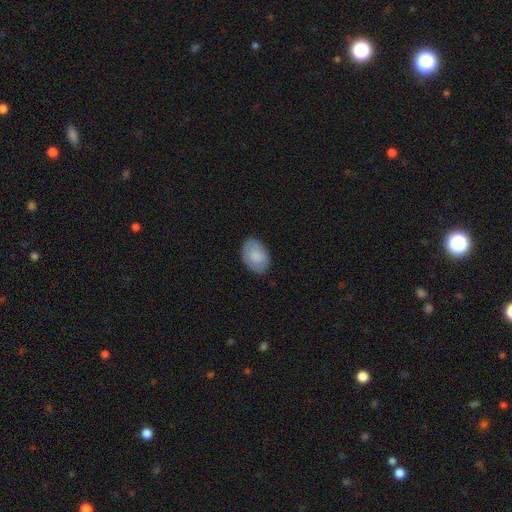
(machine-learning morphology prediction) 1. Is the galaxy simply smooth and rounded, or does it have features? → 83% smooth, 11% featured or disk, 6% star or artifact.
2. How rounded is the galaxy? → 87% in between, 12% round, 1% cigar-shaped.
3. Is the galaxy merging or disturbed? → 77% none, 18% minor disturbance, 4% major disturbance, 1% merger.